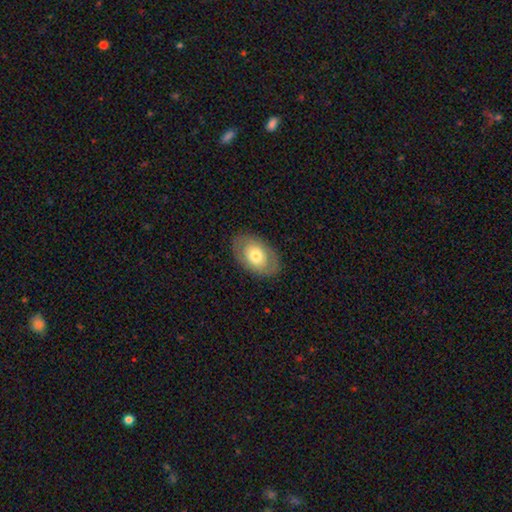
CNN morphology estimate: smooth_or_featured: smooth (p=0.58) [alt: featured or disk p=0.35]
how_rounded: in between (p=0.86) [alt: round p=0.13]
merging: none (p=0.84) [alt: minor disturbance p=0.12]